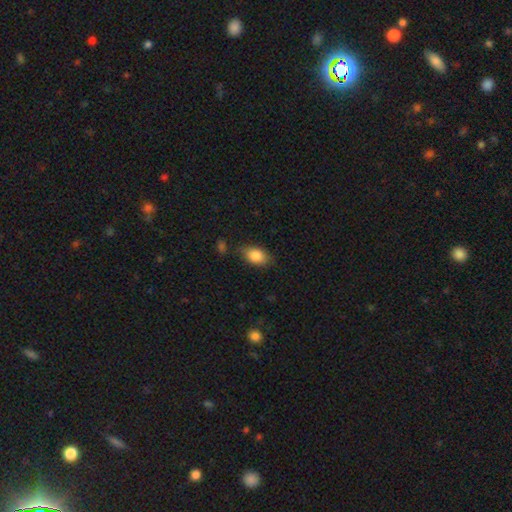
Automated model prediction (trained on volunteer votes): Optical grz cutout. It shows a smooth galaxy with no disk features (85%) that is in between round and cigar-shaped (85%). Merging: none (76%).